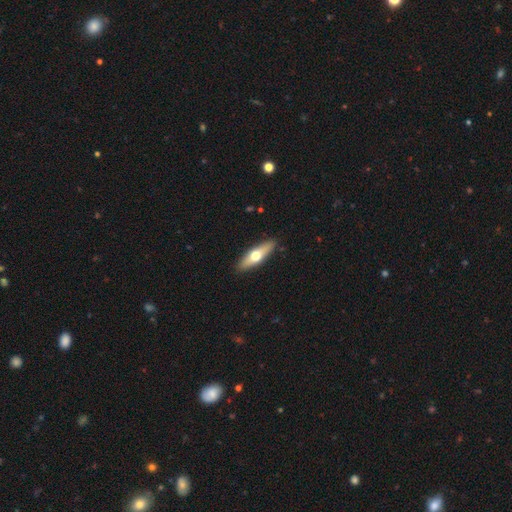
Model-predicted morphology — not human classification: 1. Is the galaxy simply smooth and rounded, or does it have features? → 48% smooth, 47% featured or disk, 5% star or artifact.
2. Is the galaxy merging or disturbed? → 90% none, 7% minor disturbance, 2% major disturbance, 1% merger.